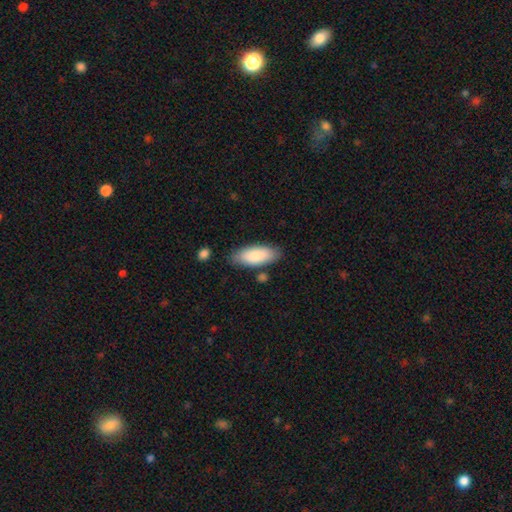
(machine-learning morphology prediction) This is clearly a smooth galaxy (86%). How rounded: clearly in between (83%). Merging: clearly none (80%).